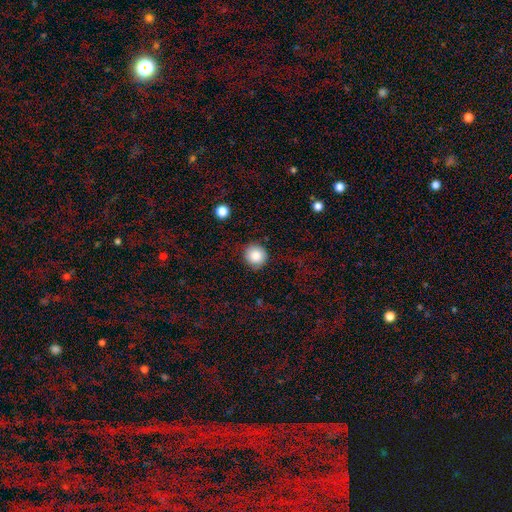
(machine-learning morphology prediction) smooth-or-featured: smooth: 86% | star or artifact: 9% | featured or disk: 5%
  how-rounded: round: 93% | in between: 6% | cigar-shaped: 1%
  merging: none: 86% | minor disturbance: 9% | major disturbance: 3% | merger: 1%